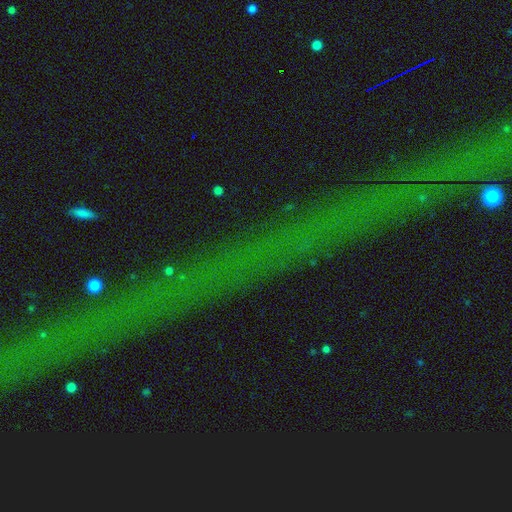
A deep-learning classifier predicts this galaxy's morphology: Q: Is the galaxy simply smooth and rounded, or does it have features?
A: star or artifact — 71%.